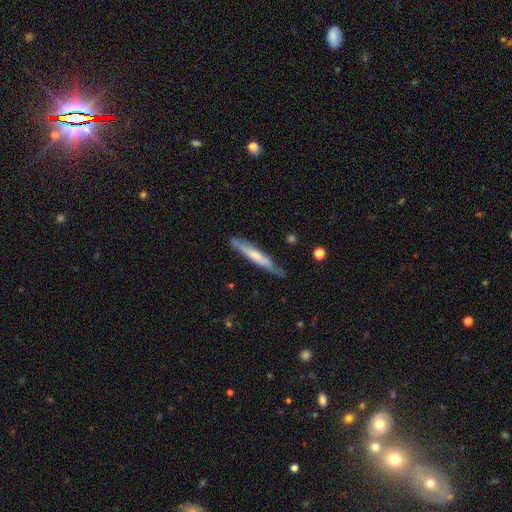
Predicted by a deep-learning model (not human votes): A smooth galaxy with no disk features (50%). Merging: none (78%).